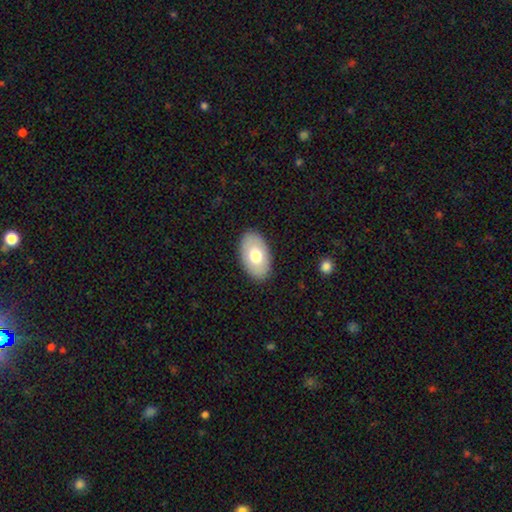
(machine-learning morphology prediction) smooth 70%, featured or disk 24%, star or artifact 6%. Down the decision tree: how rounded — in between (93%); merging — none (88%).